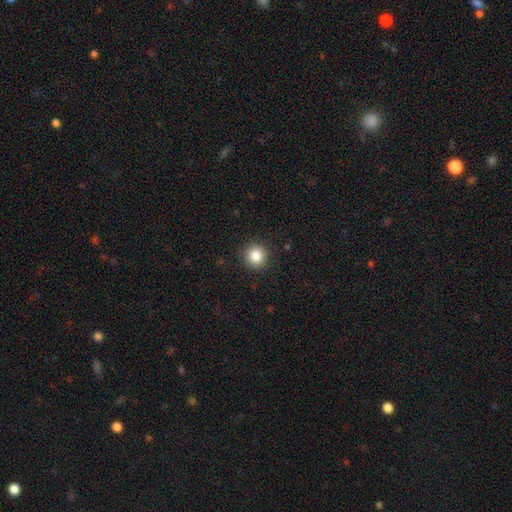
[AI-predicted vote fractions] Q: Smooth or featured?
A: smooth (84%); runner-up: star or artifact (10%)
Q: How rounded?
A: round (93%); runner-up: in between (6%)
Q: Merging?
A: none (91%); runner-up: minor disturbance (6%)